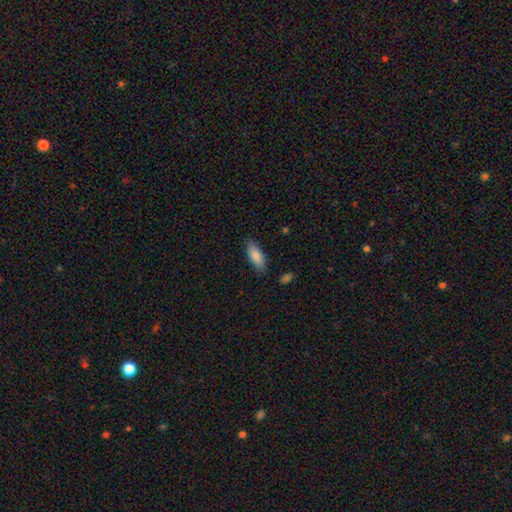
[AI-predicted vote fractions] smooth-or-featured: smooth: 85% | featured or disk: 8% | star or artifact: 6%
  how-rounded: in between: 81% | cigar-shaped: 17% | round: 2%
  merging: none: 83% | minor disturbance: 12% | major disturbance: 3% | merger: 2%